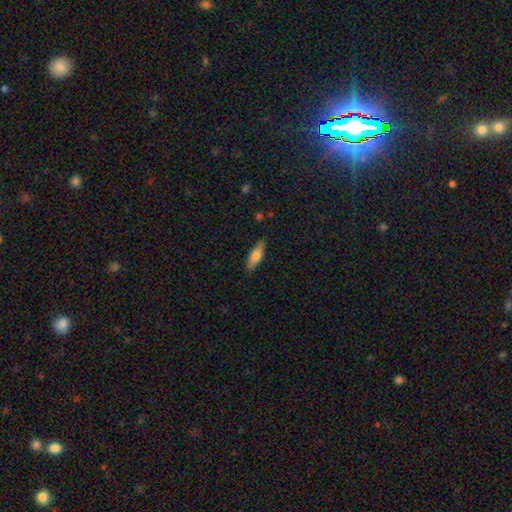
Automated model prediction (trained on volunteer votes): Smooth or featured? Predicted: smooth (p=0.74). How rounded? Predicted: in between (p=0.54). Merging? Predicted: none (p=0.84).